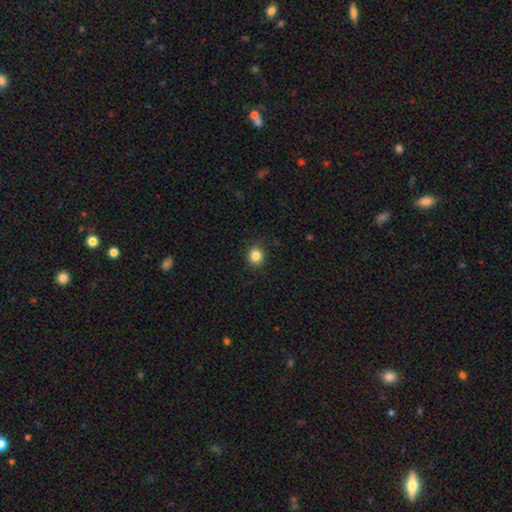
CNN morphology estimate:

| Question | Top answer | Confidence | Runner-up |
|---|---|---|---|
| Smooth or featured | smooth | 84% | star or artifact (11%) |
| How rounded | round | 82% | in between (18%) |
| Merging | none | 87% | minor disturbance (9%) |